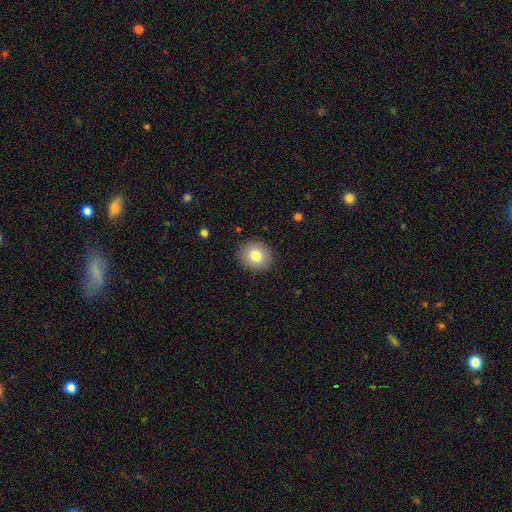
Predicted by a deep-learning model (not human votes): smooth-or-featured: smooth: 80% | featured or disk: 11% | star or artifact: 9%
  how-rounded: round: 77% | in between: 22% | cigar-shaped: 1%
  merging: none: 89% | minor disturbance: 8% | major disturbance: 2% | merger: 1%